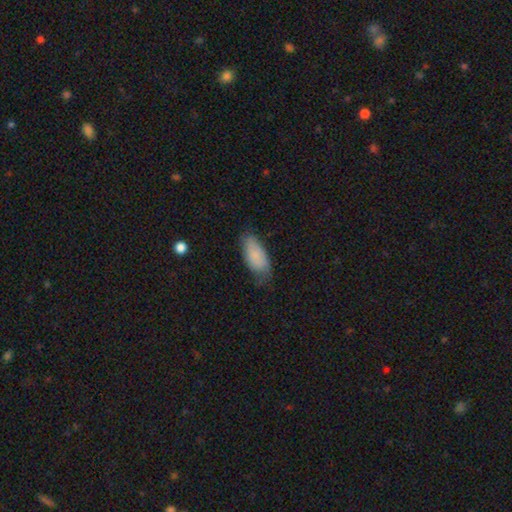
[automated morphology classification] Smooth or featured?
  - smooth: 82% *
  - featured or disk: 12%
  - star or artifact: 6%
How rounded?
  - in between: 90% *
  - cigar-shaped: 8%
  - round: 2%
Merging?
  - none: 63% *
  - minor disturbance: 29%
  - major disturbance: 7%
  - merger: 1%